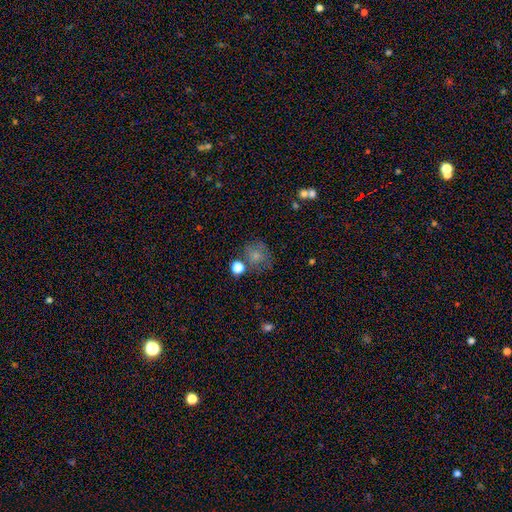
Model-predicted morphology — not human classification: A smooth galaxy with no disk features (73%) that is round (78%).

Vote fractions:
- Smooth or featured? smooth: 73% / star or artifact: 14% / featured or disk: 13%
- How rounded? round: 78% / in between: 21% / cigar-shaped: 1%
- Merging? none: 59% / minor disturbance: 19% / merger: 11% / major disturbance: 10%